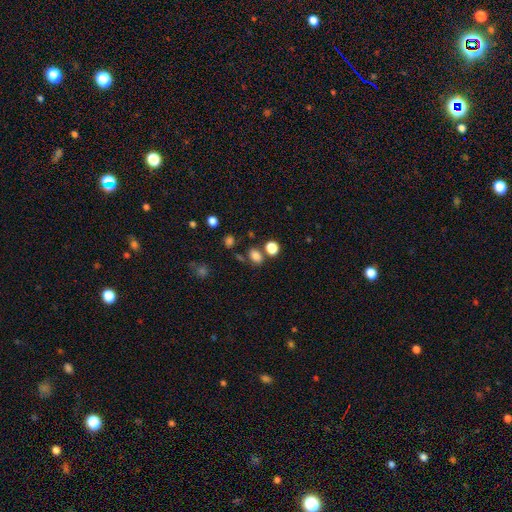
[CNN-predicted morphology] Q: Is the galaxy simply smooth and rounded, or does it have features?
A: smooth — 80%.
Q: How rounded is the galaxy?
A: in between — 69%.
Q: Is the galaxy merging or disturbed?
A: none — 68%.